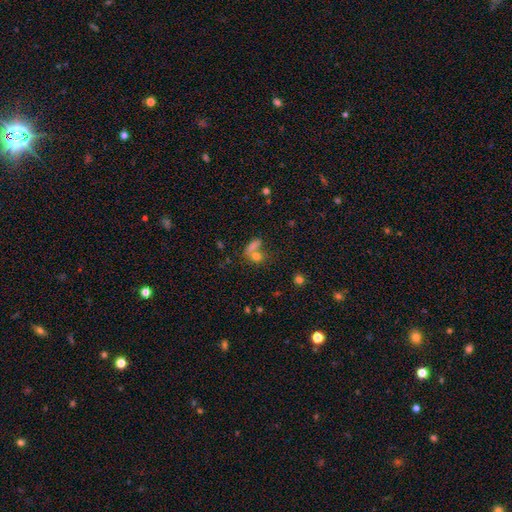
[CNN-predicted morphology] The model was most divided on "merging": merger: 46%, none: 36%, minor disturbance: 10%, major disturbance: 9%. More confident: smooth or featured — smooth (66%); how rounded — in between (52%).